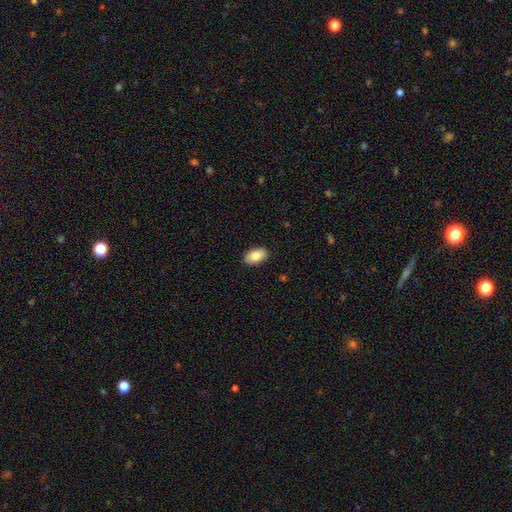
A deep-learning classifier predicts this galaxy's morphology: type=smooth (85%); roundness=in between (93%); merging=none (89%).